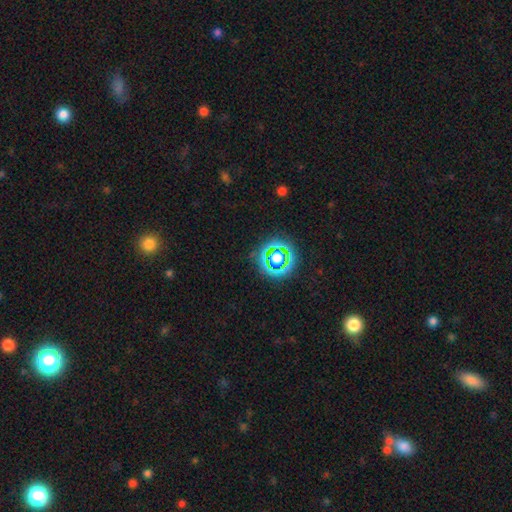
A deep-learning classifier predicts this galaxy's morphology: Smooth or featured: star or artifact — 73% (smooth — 18%)